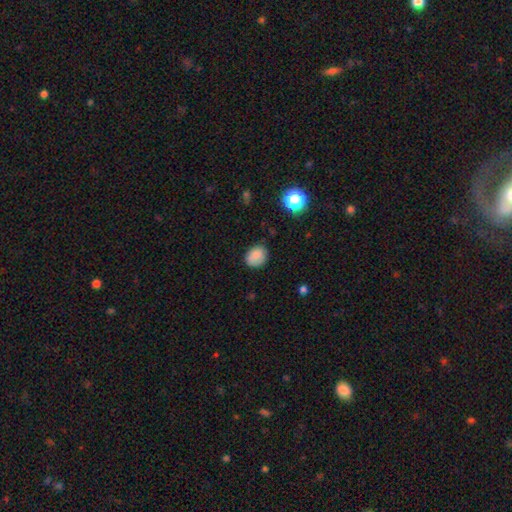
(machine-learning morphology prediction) This is clearly a smooth galaxy (82%). How rounded: possibly round (53%). Merging: likely none (73%).